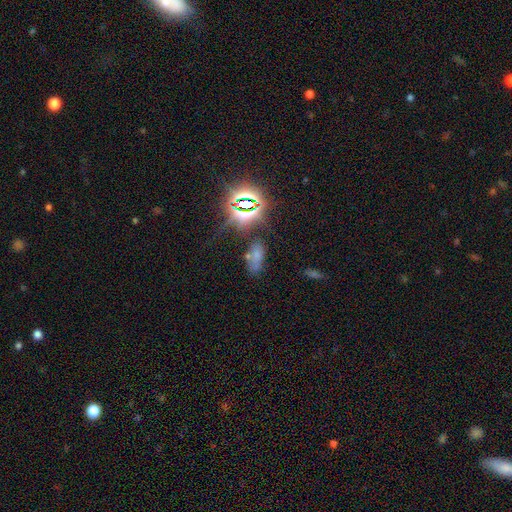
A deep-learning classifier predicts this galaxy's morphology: Overall: smooth (50%; star or artifact 36%). How rounded: in between (84%). Merging: none (55%; minor disturbance 20%).